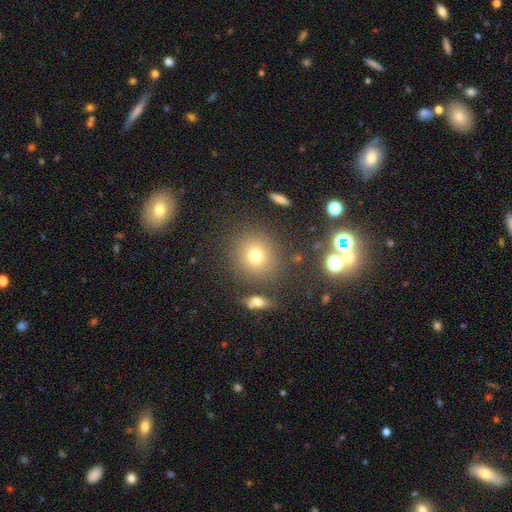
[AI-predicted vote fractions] The model was most divided on "smooth or featured": smooth: 72%, star or artifact: 18%, featured or disk: 11%. More confident: how rounded — round (86%); merging — none (83%).